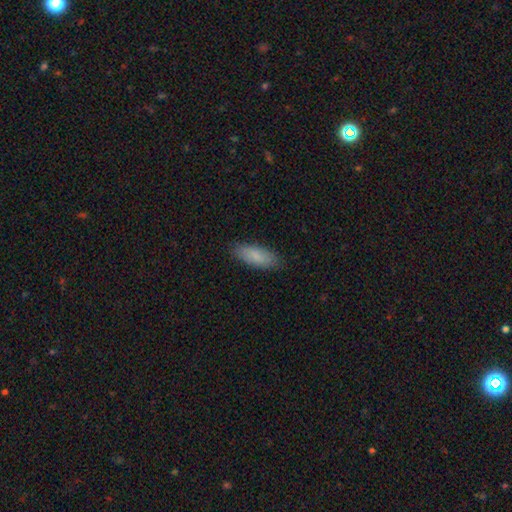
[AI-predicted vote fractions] This appears to be a smooth galaxy with no disk features (86%) that is in between round and cigar-shaped (72%). Merging: none (87%).